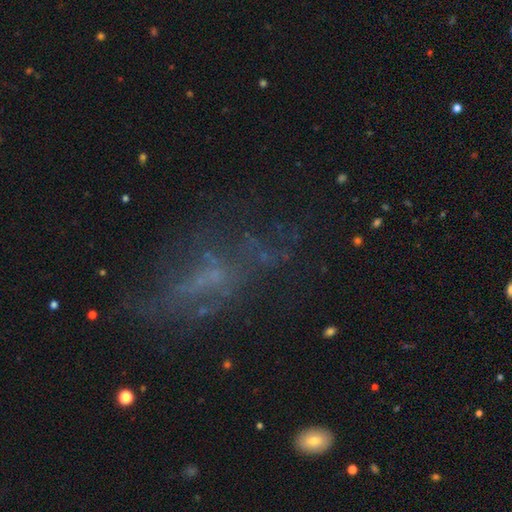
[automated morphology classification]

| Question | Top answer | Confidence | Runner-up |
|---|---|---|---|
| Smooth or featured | featured or disk | 48% | star or artifact (27%) |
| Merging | none | 50% | major disturbance (27%) |